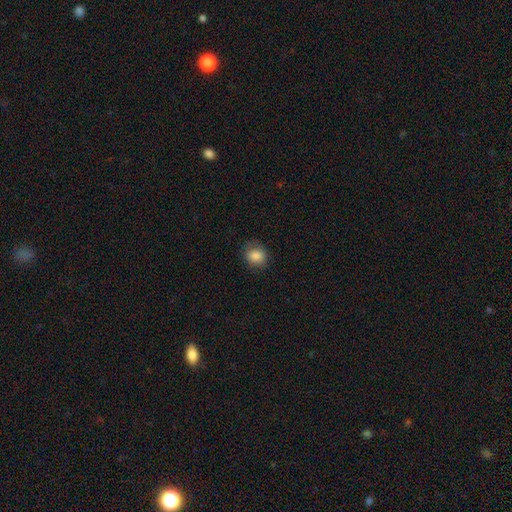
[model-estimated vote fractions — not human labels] A smooth galaxy with no disk features (86%) that is round (69%). Merging: none (78%).